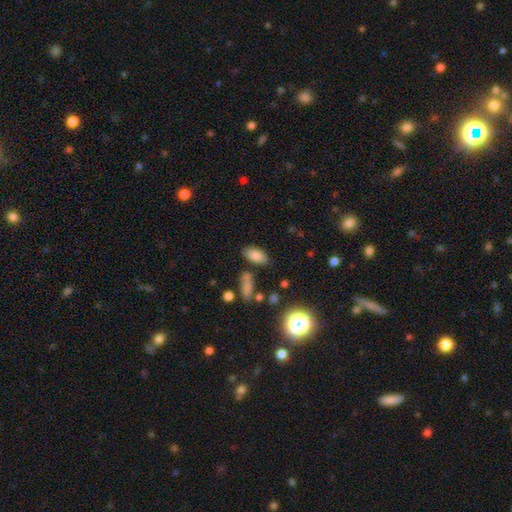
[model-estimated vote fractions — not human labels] Q: Smooth or featured?
A: smooth (81%); runner-up: star or artifact (11%)
Q: How rounded?
A: in between (91%); runner-up: round (5%)
Q: Merging?
A: none (73%); runner-up: minor disturbance (14%)